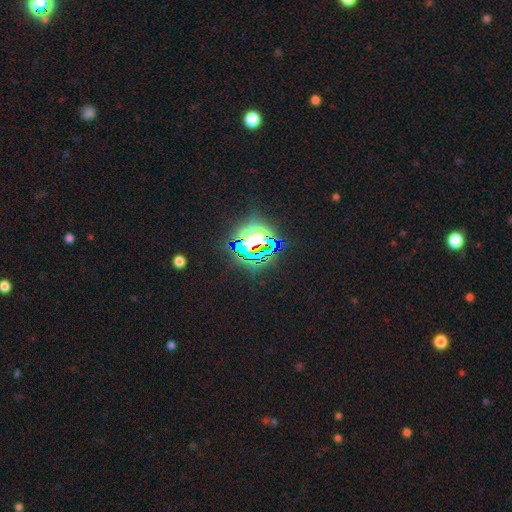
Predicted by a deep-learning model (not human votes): smooth_or_featured: star or artifact (p=0.76) [alt: smooth p=0.14]